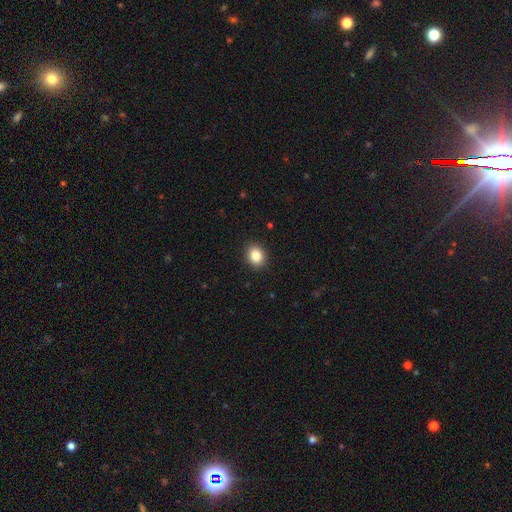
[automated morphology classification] This appears to be a smooth galaxy with no disk features (86%) that is round (54%). Merging: none (90%).